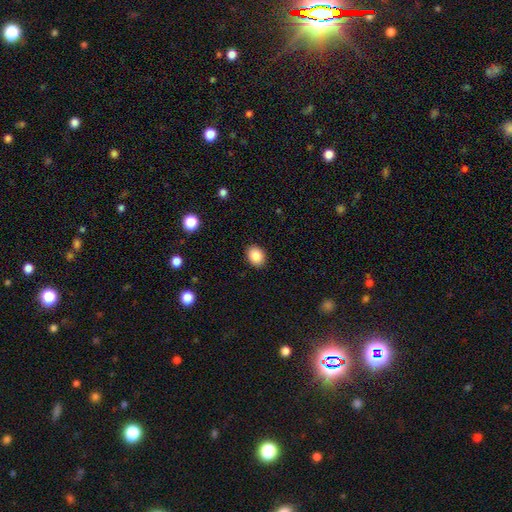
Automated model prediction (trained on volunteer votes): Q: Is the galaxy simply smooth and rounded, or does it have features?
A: smooth — 87%.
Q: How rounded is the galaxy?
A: in between — 60%.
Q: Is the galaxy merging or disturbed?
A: none — 90%.